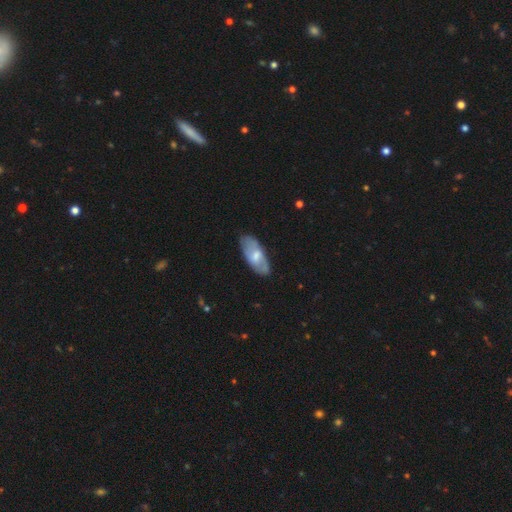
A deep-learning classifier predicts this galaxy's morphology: Smooth or featured? Predicted: smooth (p=0.54). How rounded? Predicted: in between (p=0.84). Merging? Predicted: none (p=0.78).